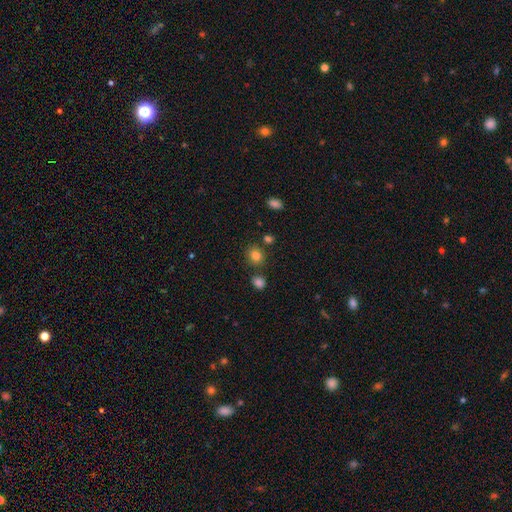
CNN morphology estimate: A smooth galaxy with no disk features (82%) that is round (78%). Merging: none (78%).